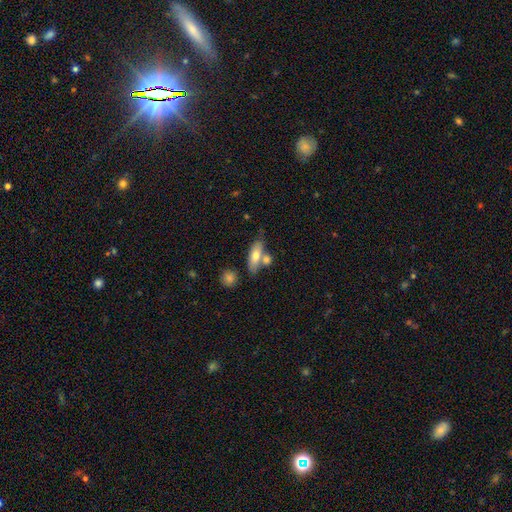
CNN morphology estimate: A smooth galaxy with no disk features (68%) that is in between round and cigar-shaped (72%).

Vote fractions:
- Smooth or featured? smooth: 68% / featured or disk: 26% / star or artifact: 7%
- How rounded? in between: 72% / cigar-shaped: 25% / round: 4%
- Merging? none: 52% / merger: 30% / minor disturbance: 14% / major disturbance: 5%